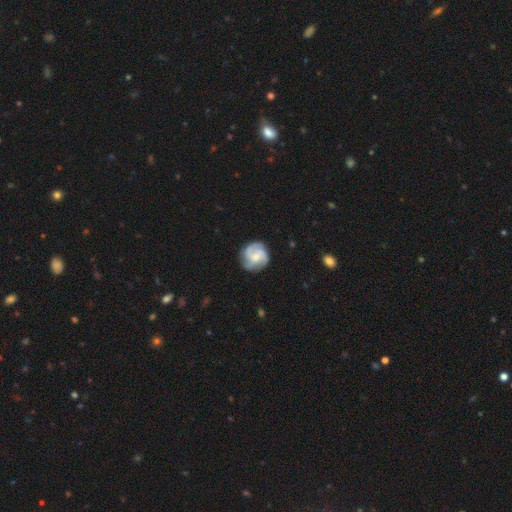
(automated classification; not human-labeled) This is likely a featured or disk galaxy (74%). It is clearly not viewed edge-on (98%). Bar: likely no (63%). Spiral arm pattern: clearly yes (95%). Spiral arm count: possibly 3 (58%). Spiral winding: marginally medium (45%). Central bulge: possibly small (45%). Merging: likely none (76%).